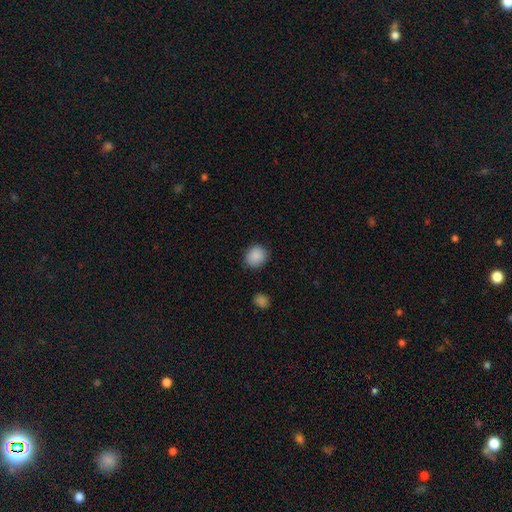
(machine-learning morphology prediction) smooth-or-featured: smooth: 89% | star or artifact: 8% | featured or disk: 3%
  how-rounded: round: 81% | in between: 18% | cigar-shaped: 1%
  merging: none: 87% | minor disturbance: 9% | major disturbance: 2% | merger: 1%